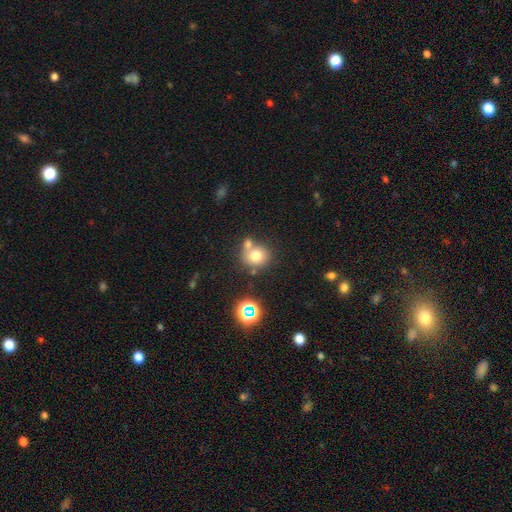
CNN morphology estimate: The model was most divided on "merging": none: 54%, merger: 31%, minor disturbance: 11%, major disturbance: 4%. More confident: how rounded — round (82%); smooth or featured — smooth (73%).